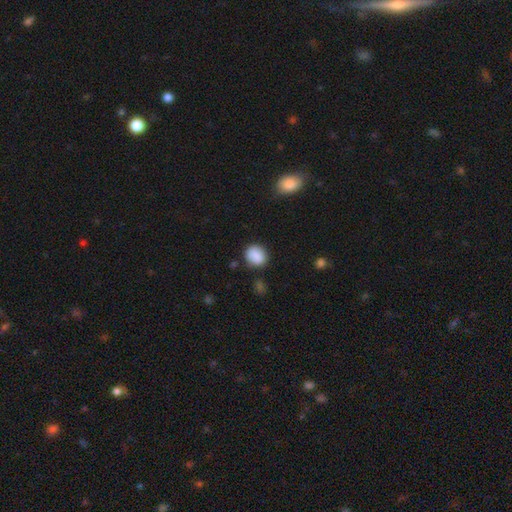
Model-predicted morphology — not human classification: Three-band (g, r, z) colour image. It shows a smooth galaxy with no disk features (87%) that is round (69%). Merging: none (81%).